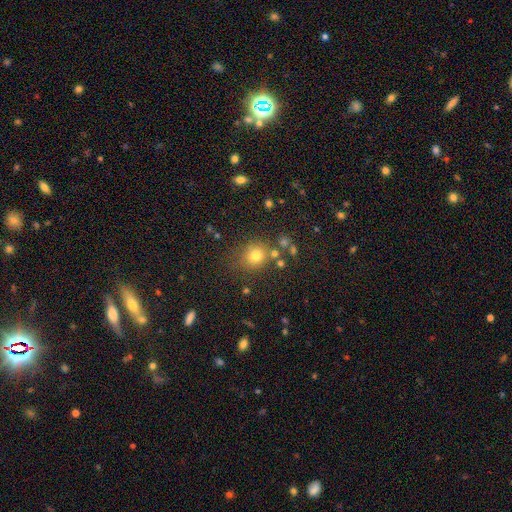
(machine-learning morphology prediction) A smooth galaxy with no disk features (74%) that is round (82%).

Vote fractions:
- Smooth or featured? smooth: 74% / star or artifact: 18% / featured or disk: 8%
- How rounded? round: 82% / in between: 17% / cigar-shaped: 1%
- Merging? none: 76% / minor disturbance: 12% / merger: 8% / major disturbance: 5%